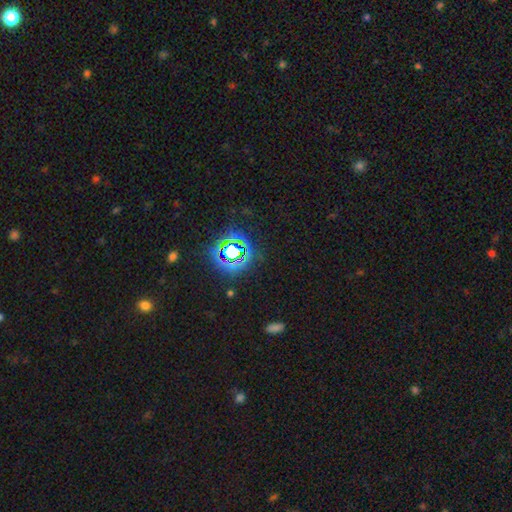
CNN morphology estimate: A star or artifact, not a galaxy (65%).